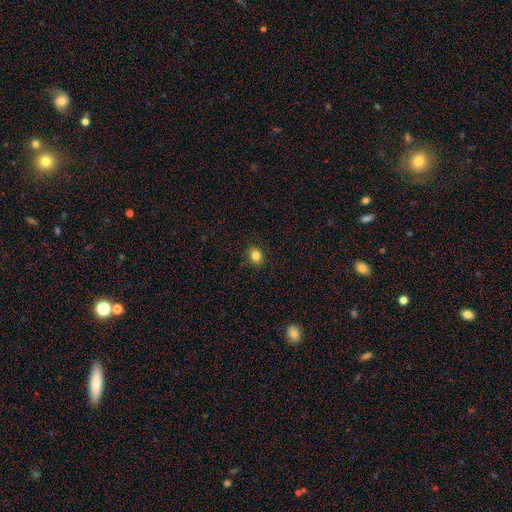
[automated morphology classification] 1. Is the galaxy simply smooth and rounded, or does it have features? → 83% smooth, 11% star or artifact, 5% featured or disk.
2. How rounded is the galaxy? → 55% round, 44% in between, 1% cigar-shaped.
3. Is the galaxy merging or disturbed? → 89% none, 8% minor disturbance, 2% major disturbance, 1% merger.